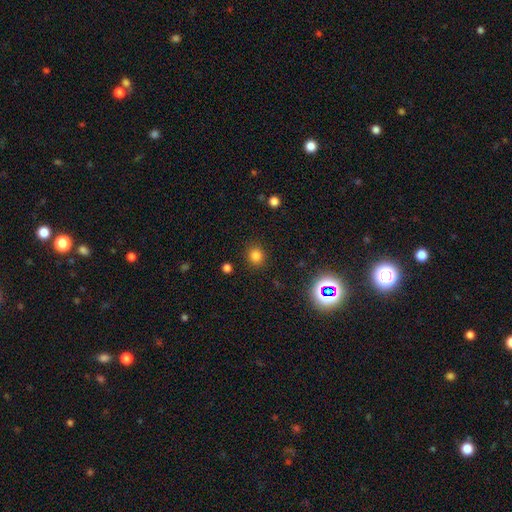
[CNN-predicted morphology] A smooth galaxy with no disk features (81%) that is round (85%). Merging: none (88%).